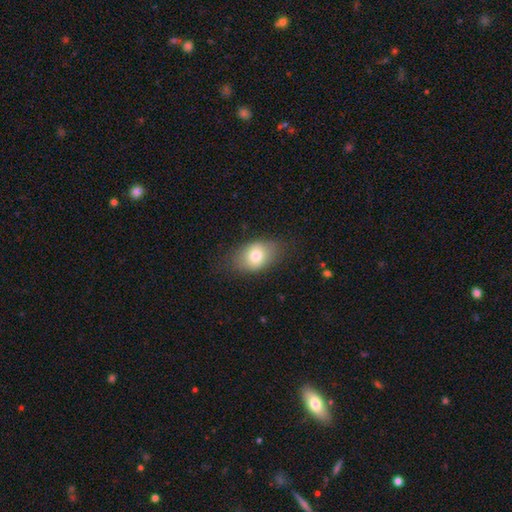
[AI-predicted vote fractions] smooth-or-featured: smooth: 78% | featured or disk: 14% | star or artifact: 8%
  how-rounded: in between: 80% | round: 19% | cigar-shaped: 1%
  merging: none: 73% | minor disturbance: 19% | major disturbance: 6% | merger: 1%